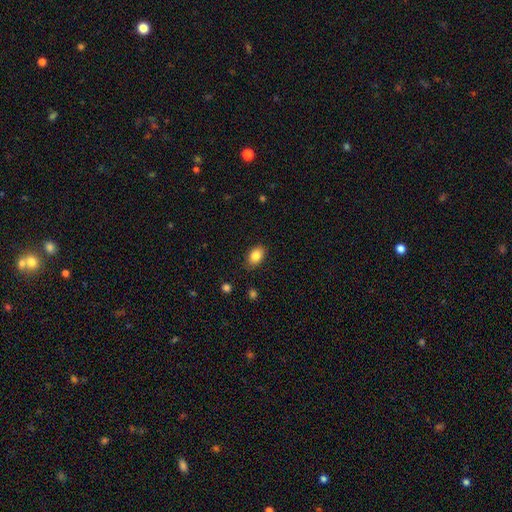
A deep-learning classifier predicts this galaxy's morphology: This appears to be a smooth galaxy with no disk features (85%) that is in between round and cigar-shaped (85%). Merging: none (85%).